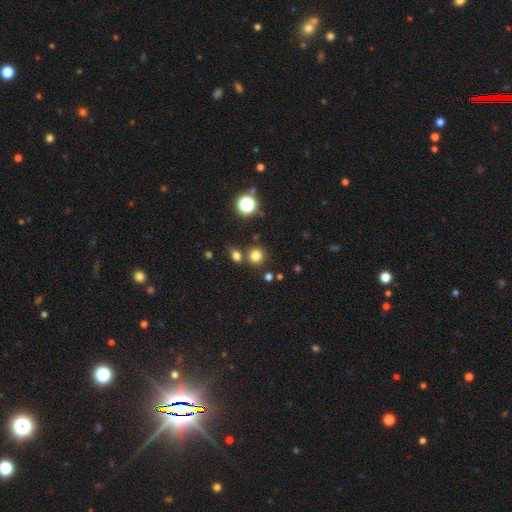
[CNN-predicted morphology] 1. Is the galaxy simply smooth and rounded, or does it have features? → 77% smooth, 17% star or artifact, 6% featured or disk.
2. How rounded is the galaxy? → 87% round, 12% in between, 1% cigar-shaped.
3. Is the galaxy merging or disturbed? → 75% none, 14% merger, 8% minor disturbance, 3% major disturbance.